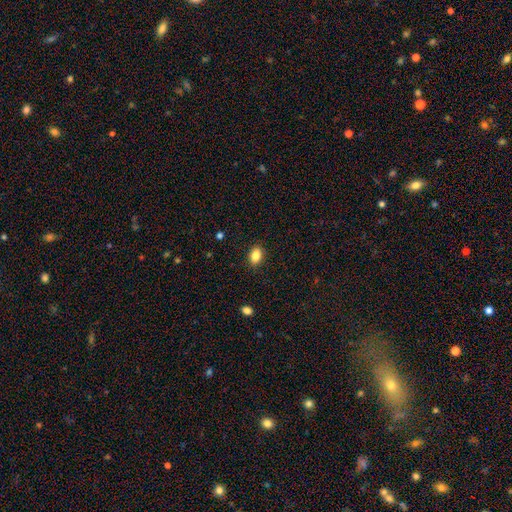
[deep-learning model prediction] This appears to be a smooth galaxy with no disk features (86%) that is in between round and cigar-shaped (81%). Merging: none (89%).